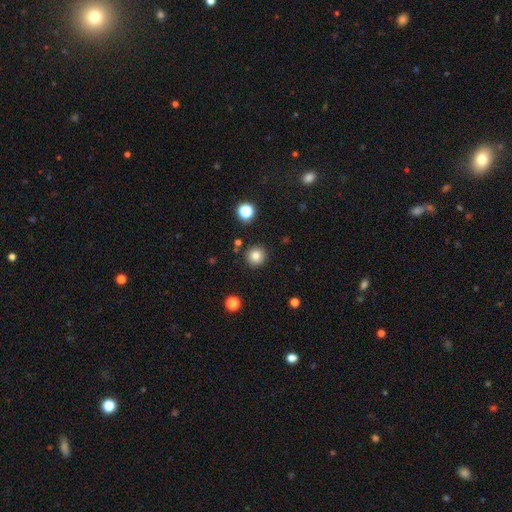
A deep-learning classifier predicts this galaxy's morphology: Smooth or featured? smooth (81%)
How rounded? round (95%)
Merging? none (90%)